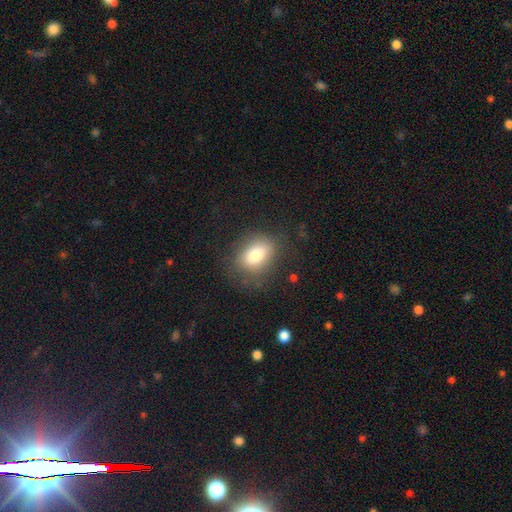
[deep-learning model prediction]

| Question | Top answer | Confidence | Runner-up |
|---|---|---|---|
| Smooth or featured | smooth | 77% | featured or disk (13%) |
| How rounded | in between | 73% | round (25%) |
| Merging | none | 74% | minor disturbance (16%) |